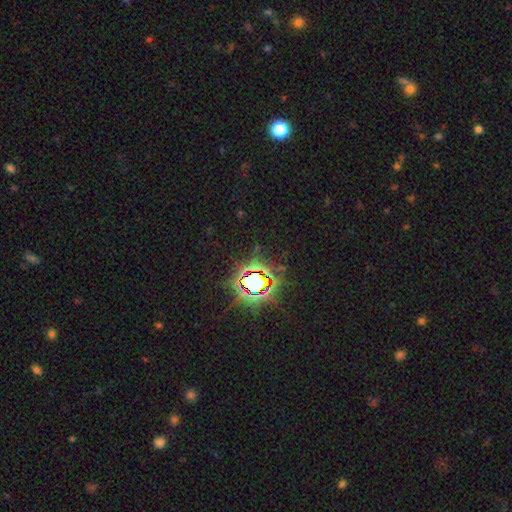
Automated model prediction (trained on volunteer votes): The model was most divided on "smooth or featured": star or artifact: 83%, smooth: 10%, featured or disk: 7%.